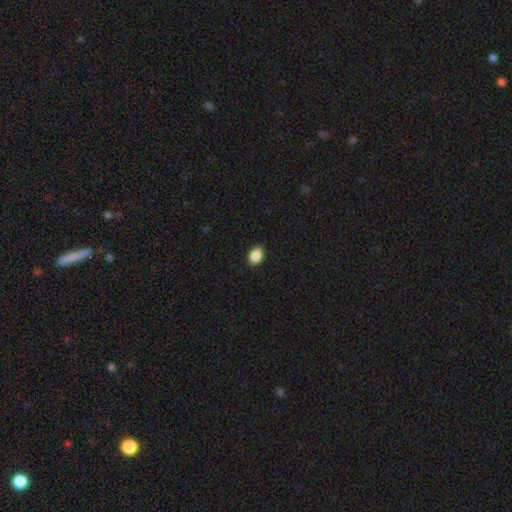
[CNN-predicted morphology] This is clearly a smooth galaxy (88%). How rounded: clearly in between (83%). Merging: clearly none (89%).